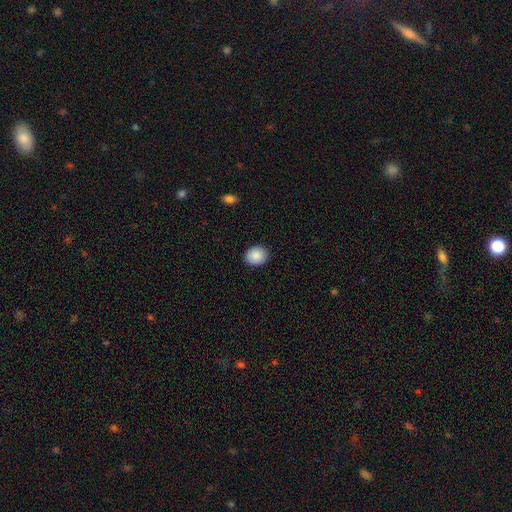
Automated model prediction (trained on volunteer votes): Smooth or featured?
  - smooth: 89% *
  - star or artifact: 7%
  - featured or disk: 3%
How rounded?
  - round: 63% *
  - in between: 37%
  - cigar-shaped: 1%
Merging?
  - none: 90% *
  - minor disturbance: 7%
  - major disturbance: 2%
  - merger: 1%